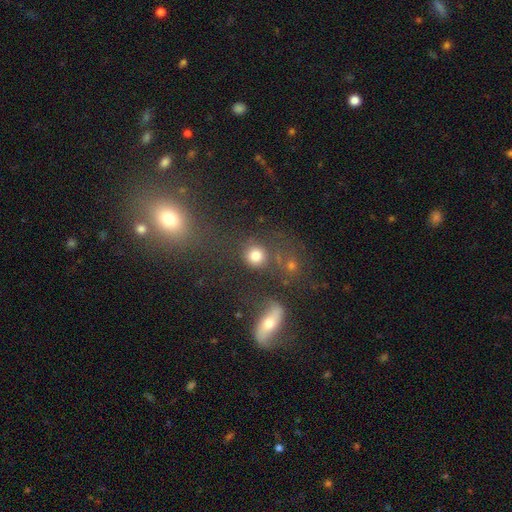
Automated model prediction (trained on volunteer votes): Morphology: type=smooth (78%); roundness=round (83%); merging=none (59%).